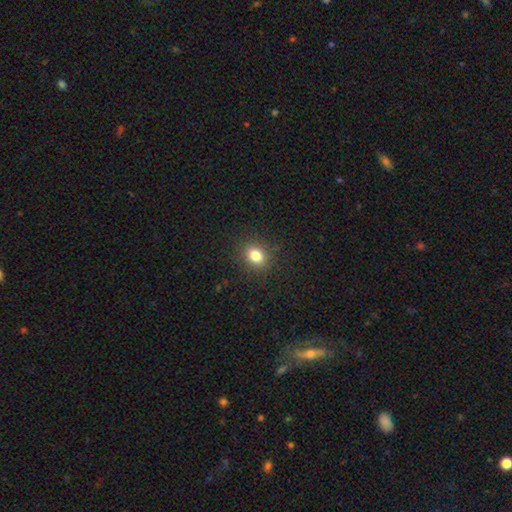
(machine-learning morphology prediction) smooth-or-featured: smooth: 81% | star or artifact: 12% | featured or disk: 6%
  how-rounded: round: 60% | in between: 39% | cigar-shaped: 1%
  merging: none: 88% | minor disturbance: 8% | major disturbance: 3% | merger: 1%